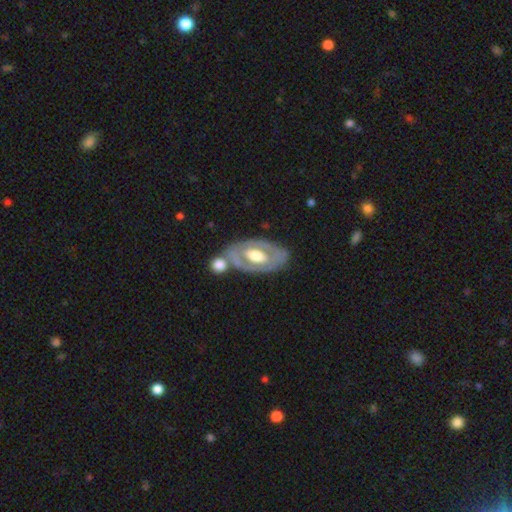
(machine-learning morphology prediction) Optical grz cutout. It shows a featured or disk galaxy (64%) with no bar (66%), no spiral arms (74%) and a moderate central bulge (56%). Merging: none (59%).